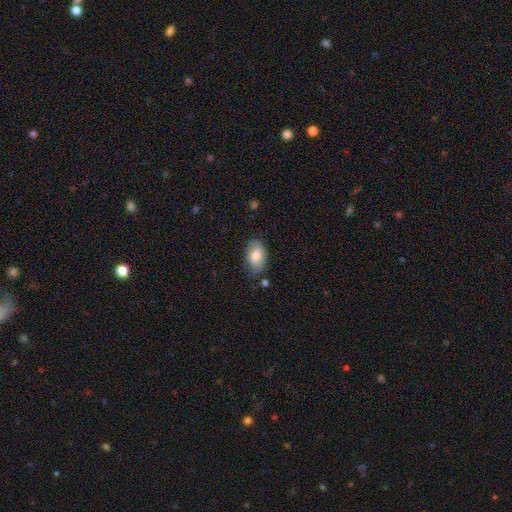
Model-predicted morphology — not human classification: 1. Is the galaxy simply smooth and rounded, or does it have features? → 75% smooth, 18% featured or disk, 7% star or artifact.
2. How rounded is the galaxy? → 93% in between, 6% round, 2% cigar-shaped.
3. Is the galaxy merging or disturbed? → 67% none, 25% minor disturbance, 6% major disturbance, 3% merger.